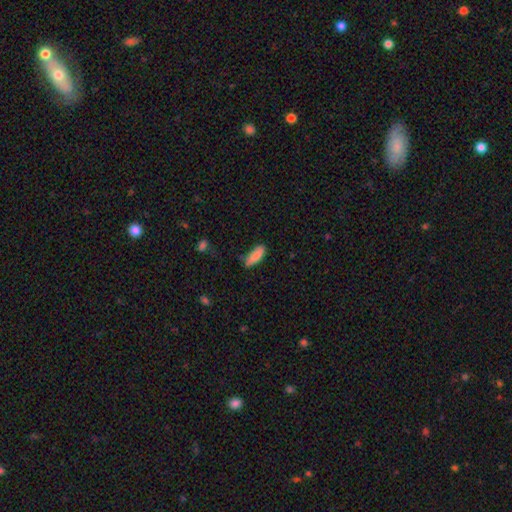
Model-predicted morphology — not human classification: Overall: smooth (86%). How rounded: in between (60%; cigar-shaped 38%). Merging: none (68%).